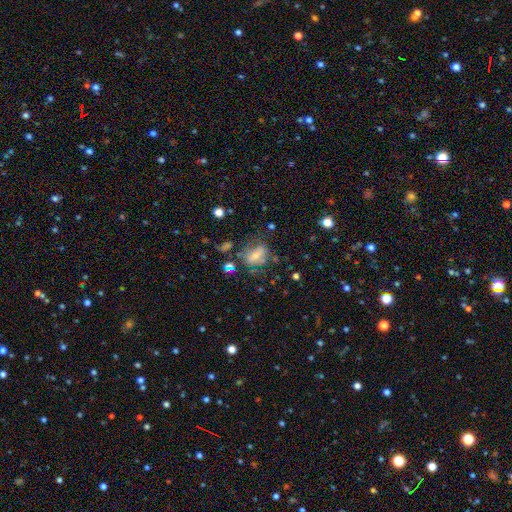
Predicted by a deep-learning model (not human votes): Smooth or featured? smooth (52%)
How rounded? in between (59%)
Merging? none (46%)